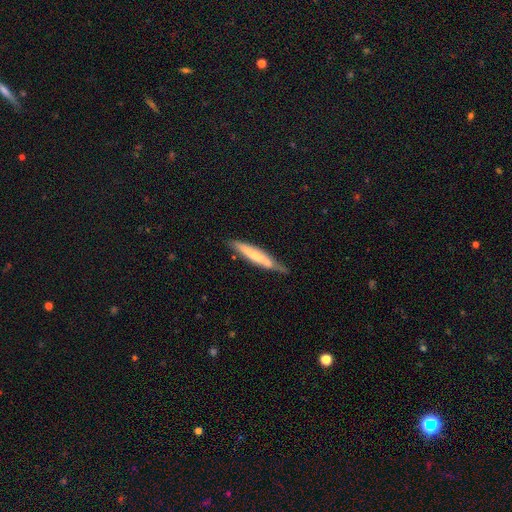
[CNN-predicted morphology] Smooth or featured? Predicted: smooth (p=0.53). How rounded? Predicted: cigar-shaped (p=0.92). Merging? Predicted: none (p=0.67).